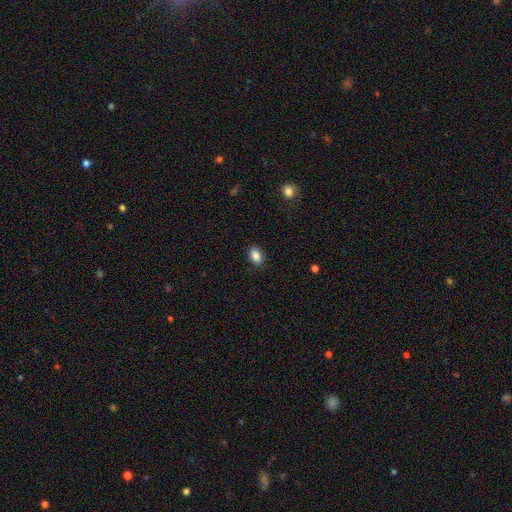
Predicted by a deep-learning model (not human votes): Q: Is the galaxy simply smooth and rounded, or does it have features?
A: smooth — 88%.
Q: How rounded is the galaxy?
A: in between — 85%.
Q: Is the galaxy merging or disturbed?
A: none — 88%.